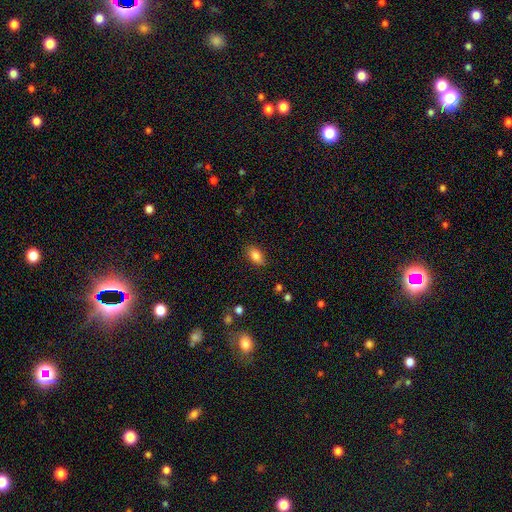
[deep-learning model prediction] The model was most divided on "merging": none: 84%, minor disturbance: 12%, major disturbance: 3%, merger: 1%. More confident: how rounded — in between (88%); smooth or featured — smooth (84%).